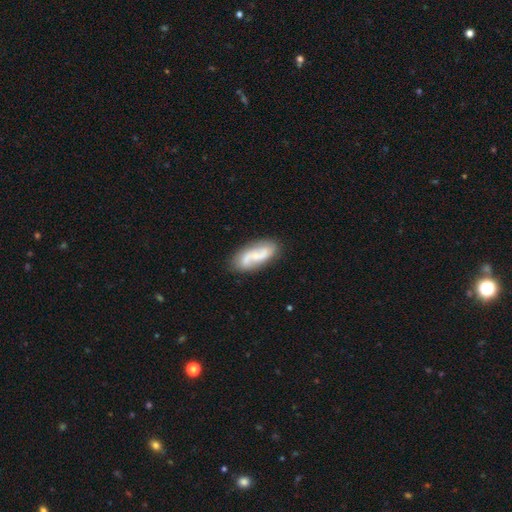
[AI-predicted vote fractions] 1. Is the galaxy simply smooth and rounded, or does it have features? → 65% featured or disk, 29% smooth, 6% star or artifact.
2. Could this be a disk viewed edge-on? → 94% no, 6% yes.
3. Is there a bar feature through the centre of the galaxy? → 45% no, 41% weak, 13% strong.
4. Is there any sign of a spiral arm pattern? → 90% yes, 10% no.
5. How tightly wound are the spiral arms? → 49% loose, 36% medium, 15% tight.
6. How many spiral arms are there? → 84% 2, 8% can't tell, 5% 1, 1% 3, 1% 4, 1% more than 4.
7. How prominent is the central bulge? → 51% small, 27% moderate, 17% none, 3% large, 1% dominant.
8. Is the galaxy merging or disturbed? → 75% none, 16% minor disturbance, 5% major disturbance, 4% merger.